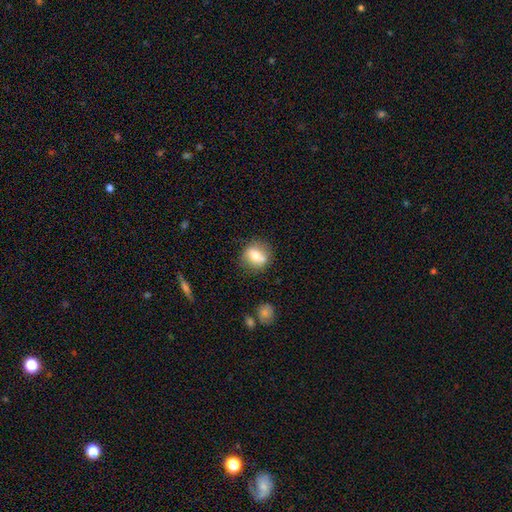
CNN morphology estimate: Smooth or featured?
  - smooth: 67% *
  - featured or disk: 24%
  - star or artifact: 9%
How rounded?
  - round: 77% *
  - in between: 22%
  - cigar-shaped: 2%
Merging?
  - none: 70% *
  - minor disturbance: 15%
  - merger: 12%
  - major disturbance: 4%